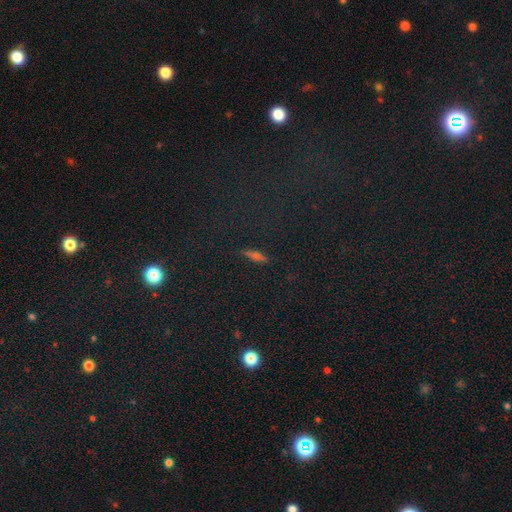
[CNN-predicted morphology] smooth-or-featured: smooth: 53% | star or artifact: 26% | featured or disk: 22%
  how-rounded: cigar-shaped: 75% | in between: 19% | round: 7%
  merging: none: 86% | minor disturbance: 9% | major disturbance: 3% | merger: 2%